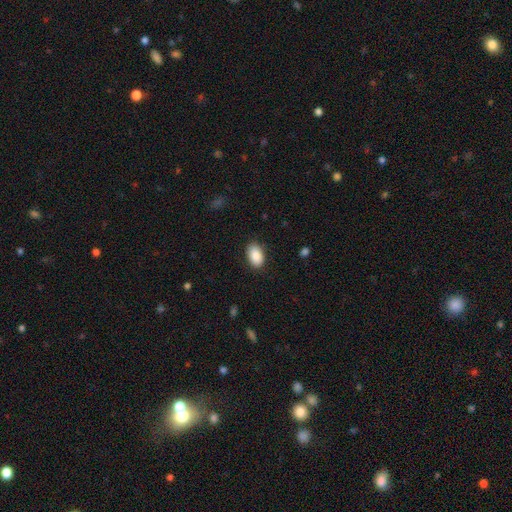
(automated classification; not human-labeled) Smooth or featured?
  - smooth: 89% *
  - star or artifact: 7%
  - featured or disk: 4%
How rounded?
  - in between: 92% *
  - round: 7%
  - cigar-shaped: 1%
Merging?
  - none: 86% *
  - minor disturbance: 10%
  - major disturbance: 3%
  - merger: 1%